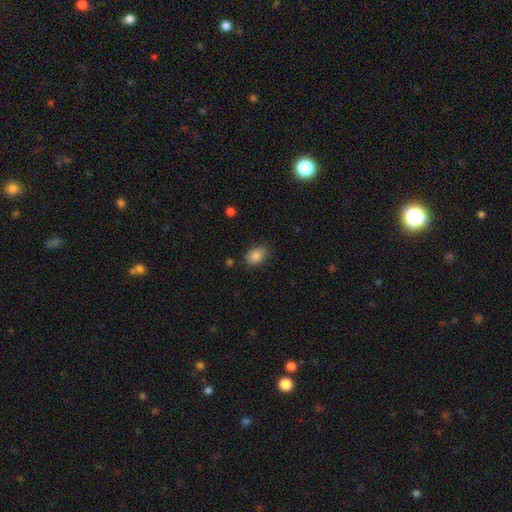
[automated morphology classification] Smooth or featured? smooth (86%)
How rounded? in between (72%)
Merging? none (79%)